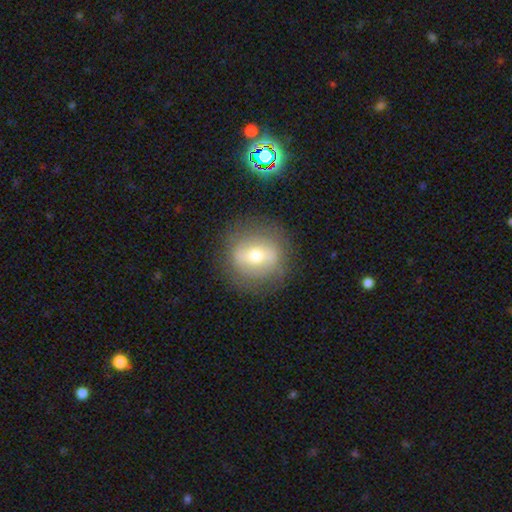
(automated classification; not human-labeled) A featured or disk galaxy (47%).

Vote fractions:
- Smooth or featured? featured or disk: 47% / smooth: 43% / star or artifact: 10%
- Merging? none: 81% / minor disturbance: 12% / major disturbance: 6% / merger: 2%